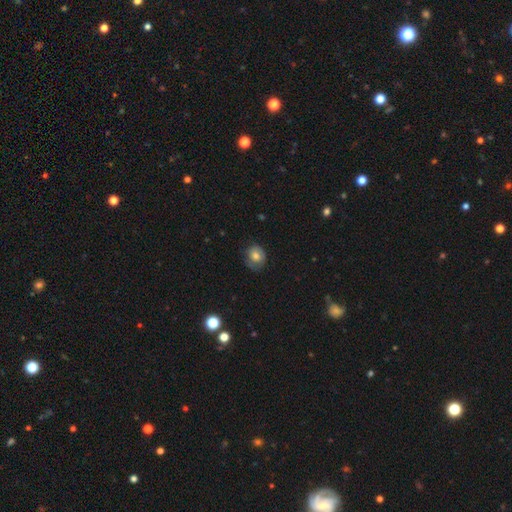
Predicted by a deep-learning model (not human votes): Q: Smooth or featured?
A: smooth (70%); runner-up: featured or disk (21%)
Q: How rounded?
A: round (67%); runner-up: in between (32%)
Q: Merging?
A: none (68%); runner-up: minor disturbance (24%)